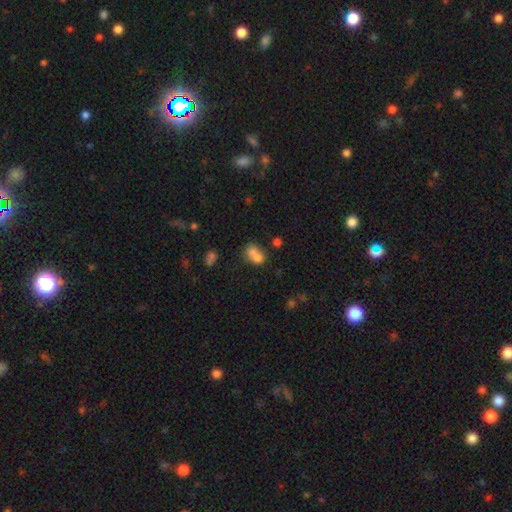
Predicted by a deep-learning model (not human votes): Smooth or featured?
  - smooth: 71% *
  - featured or disk: 17%
  - star or artifact: 12%
How rounded?
  - in between: 55% *
  - round: 43%
  - cigar-shaped: 2%
Merging?
  - merger: 64% *
  - none: 23%
  - minor disturbance: 8%
  - major disturbance: 5%